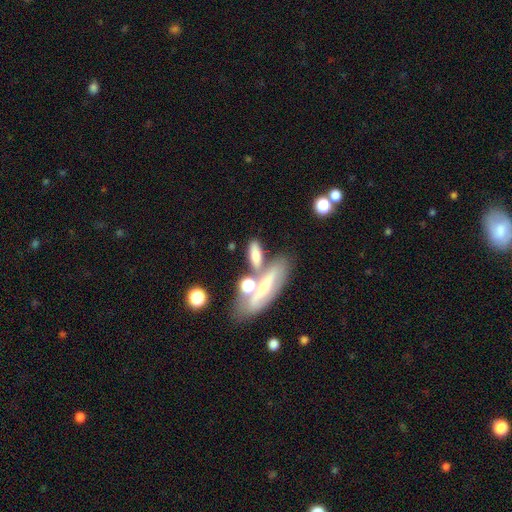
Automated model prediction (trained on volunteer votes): smooth 63%, featured or disk 27%, star or artifact 10%. Down the decision tree: how rounded — in between (52%); merging — none (44%).